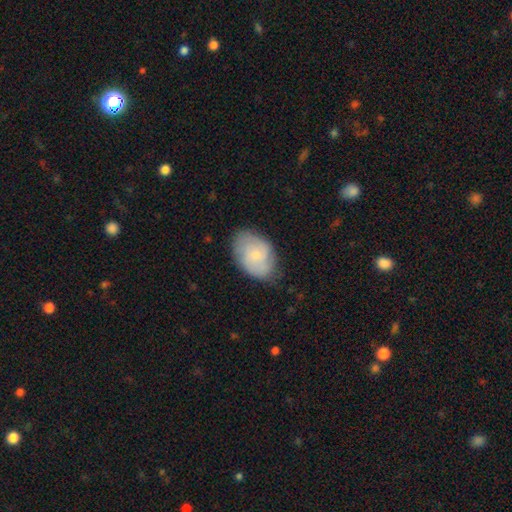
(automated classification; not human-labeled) Q: Smooth or featured?
A: featured or disk (47%); runner-up: smooth (46%)
Q: Merging?
A: none (73%); runner-up: minor disturbance (21%)